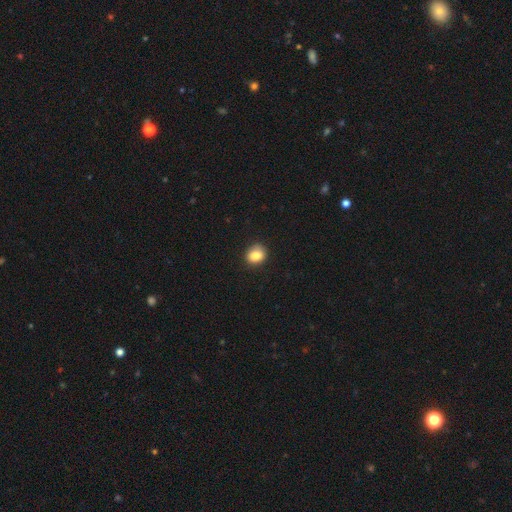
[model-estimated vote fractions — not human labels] Smooth or featured? smooth (83%)
How rounded? round (59%)
Merging? none (85%)